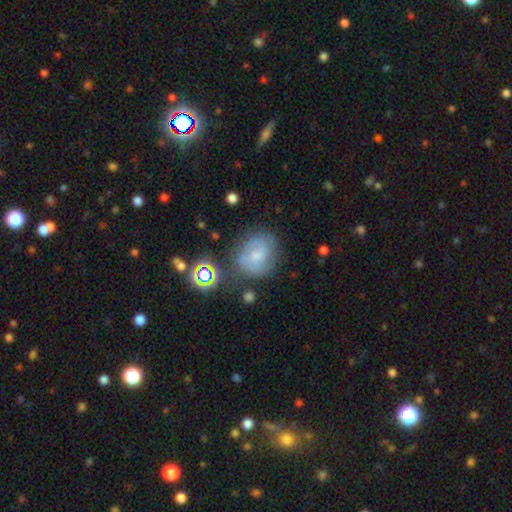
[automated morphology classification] smooth_or_featured: smooth (p=0.45) [alt: featured or disk p=0.40]
merging: none (p=0.66) [alt: minor disturbance p=0.20]